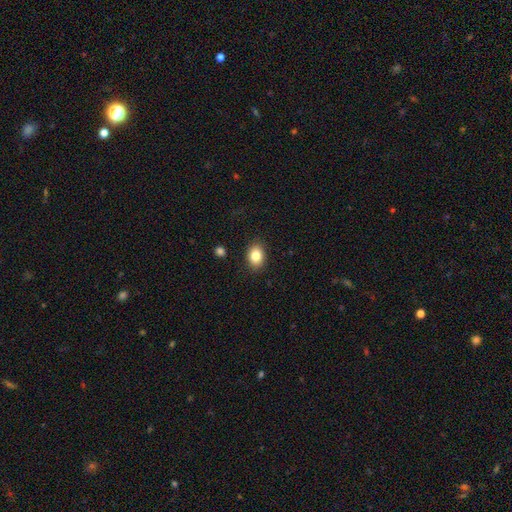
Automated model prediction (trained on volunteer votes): smooth_or_featured: smooth (p=0.84) [alt: star or artifact p=0.09]
how_rounded: in between (p=0.70) [alt: round p=0.29]
merging: none (p=0.88) [alt: minor disturbance p=0.08]